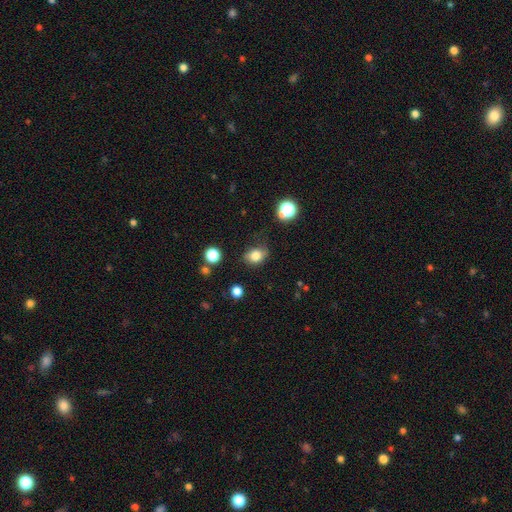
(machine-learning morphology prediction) Smooth or featured: smooth — 80% (star or artifact — 12%)
How rounded: in between — 61% (round — 38%)
Merging: none — 71% (minor disturbance — 21%)